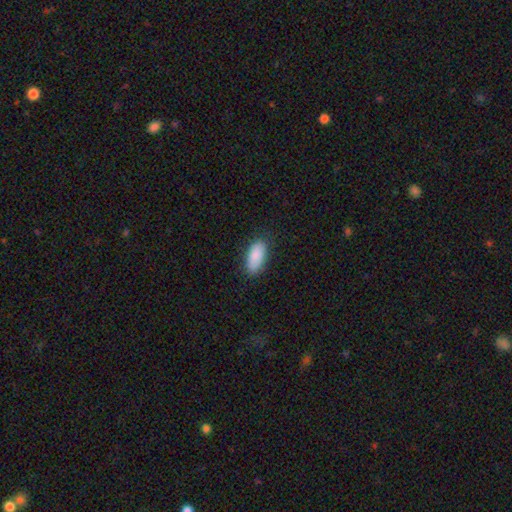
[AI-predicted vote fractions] smooth 89%, star or artifact 6%, featured or disk 5%. Down the decision tree: how rounded — in between (90%); merging — none (81%).